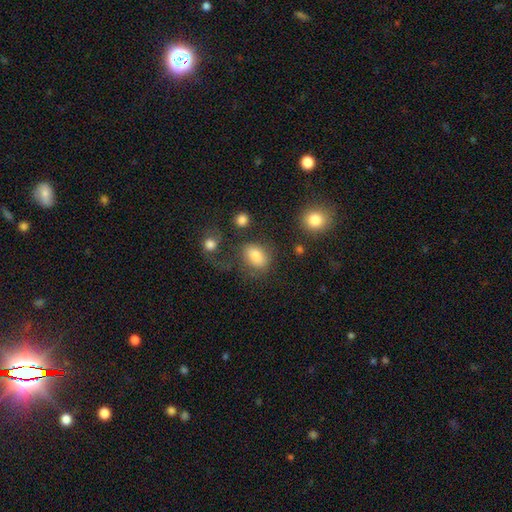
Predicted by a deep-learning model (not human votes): This is clearly a smooth galaxy (81%). How rounded: likely in between (73%). Merging: possibly none (59%).